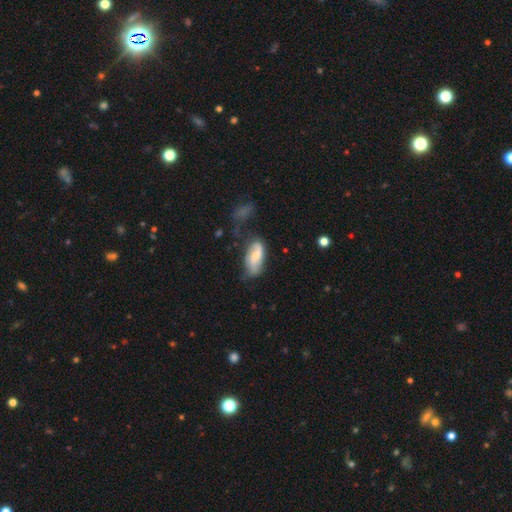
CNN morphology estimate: Smooth or featured?
  - smooth: 48% *
  - featured or disk: 45%
  - star or artifact: 7%
Merging?
  - none: 51% *
  - minor disturbance: 31%
  - major disturbance: 13%
  - merger: 6%